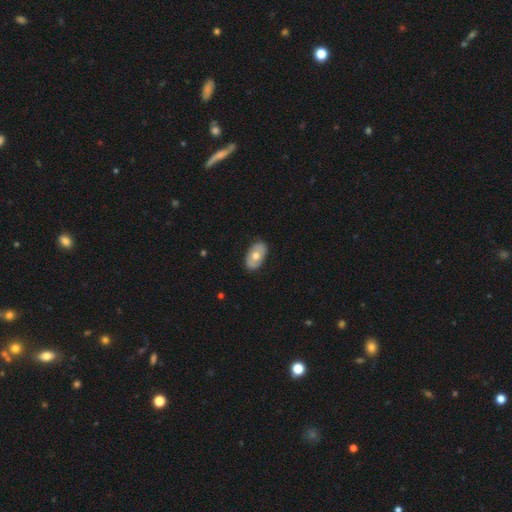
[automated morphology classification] Smooth or featured? smooth (57%)
How rounded? in between (91%)
Merging? none (85%)